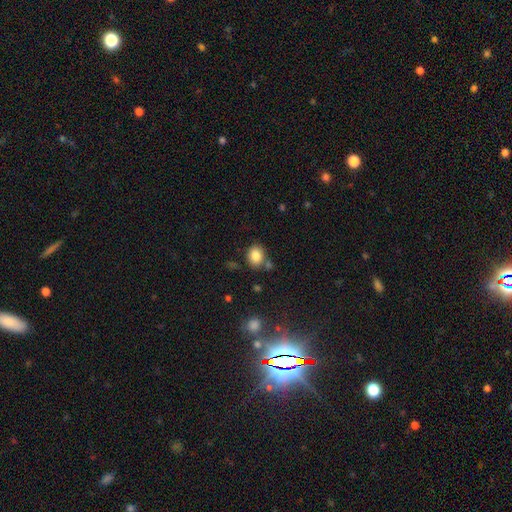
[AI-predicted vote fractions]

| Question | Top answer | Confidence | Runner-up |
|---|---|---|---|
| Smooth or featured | smooth | 84% | star or artifact (10%) |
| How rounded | round | 54% | in between (45%) |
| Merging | none | 73% | minor disturbance (12%) |